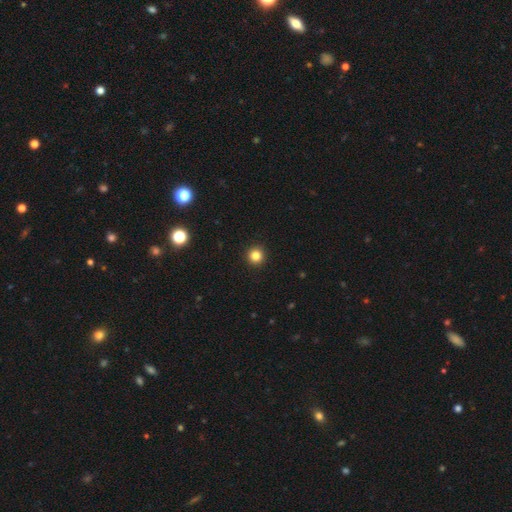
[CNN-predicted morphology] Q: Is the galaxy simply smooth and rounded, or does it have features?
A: smooth — 83%.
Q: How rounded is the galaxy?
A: round — 95%.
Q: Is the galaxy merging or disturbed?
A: none — 94%.